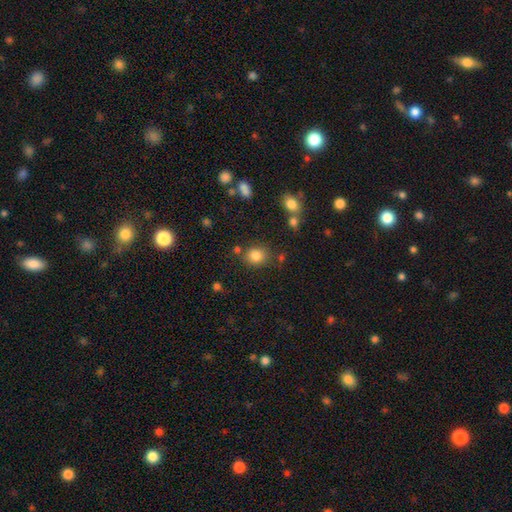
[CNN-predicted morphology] Smooth or featured? smooth (83%)
How rounded? round (74%)
Merging? none (78%)